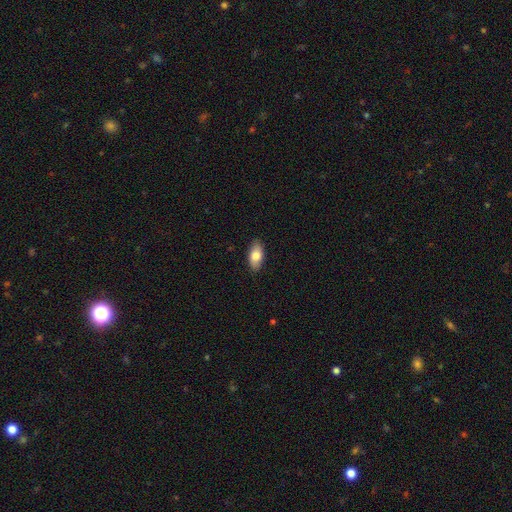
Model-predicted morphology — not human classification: Smooth or featured?
  - smooth: 81% *
  - featured or disk: 13%
  - star or artifact: 6%
How rounded?
  - in between: 90% *
  - cigar-shaped: 7%
  - round: 3%
Merging?
  - none: 88% *
  - minor disturbance: 9%
  - major disturbance: 2%
  - merger: 1%